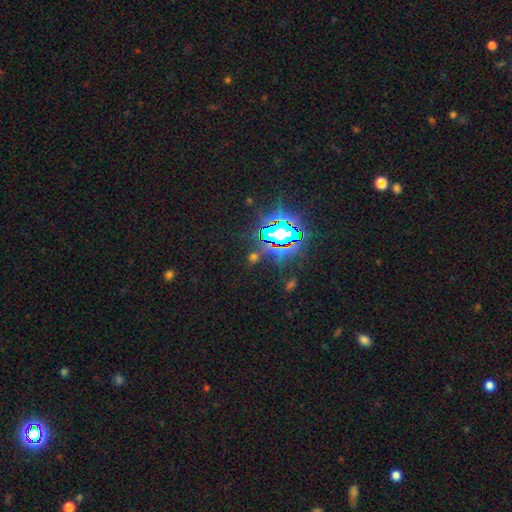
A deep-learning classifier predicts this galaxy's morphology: This is likely a star or artifact rather than a galaxy (77%).